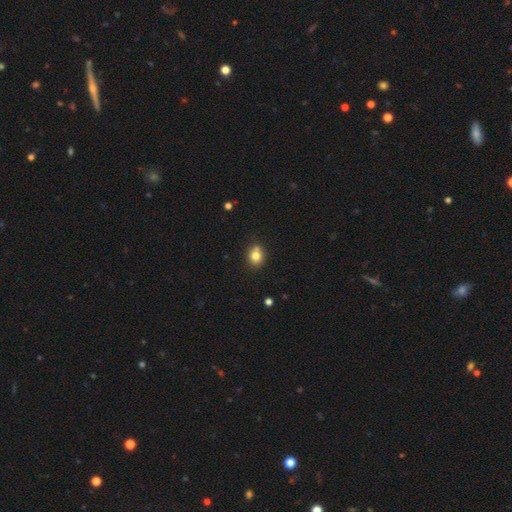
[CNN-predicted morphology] smooth 79%, star or artifact 11%, featured or disk 9%. Down the decision tree: how rounded — round (66%); merging — none (71%).